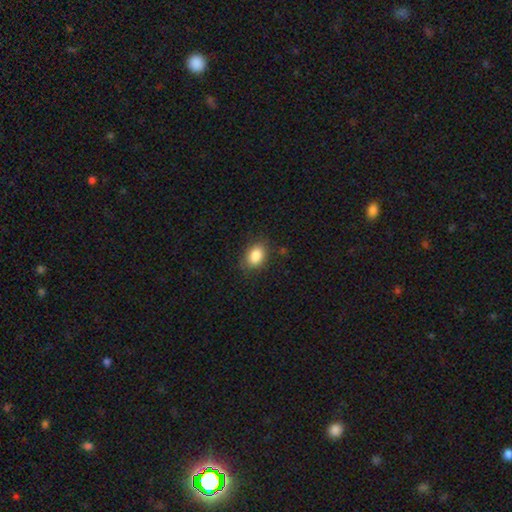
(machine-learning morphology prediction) Overall: smooth (87%). How rounded: in between (80%). Merging: none (82%).